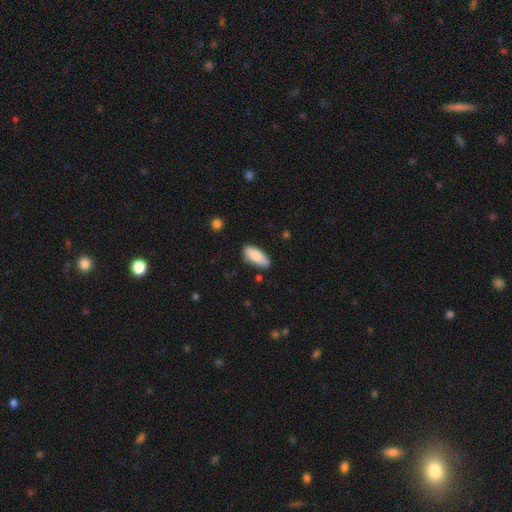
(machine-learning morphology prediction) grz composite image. It shows a smooth galaxy with no disk features (86%) that is in between round and cigar-shaped (81%). Merging: none (82%).